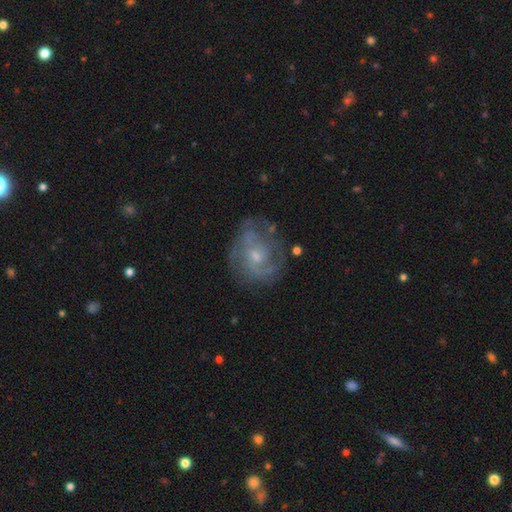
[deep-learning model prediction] Smooth or featured? featured or disk (74%)
Edge-on disk? no (97%)
Bar? no (66%)
Spiral arms? yes (81%)
Spiral winding? tight (44%)
Spiral arm count? can't tell (39%)
Bulge size? small (61%)
Merging? none (65%)